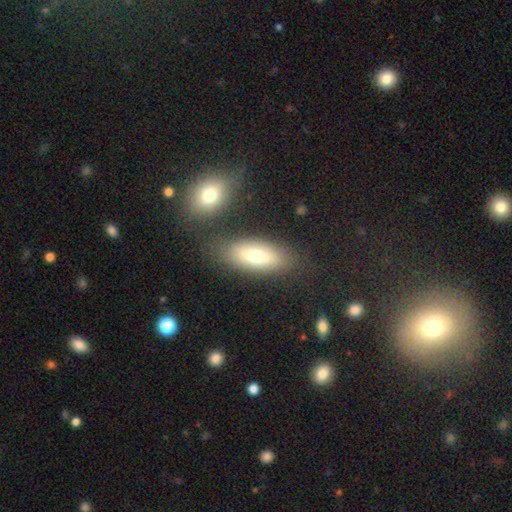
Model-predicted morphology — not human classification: This appears to be a smooth galaxy with no disk features (65%) that is in between round and cigar-shaped (74%). Merging: none (75%).